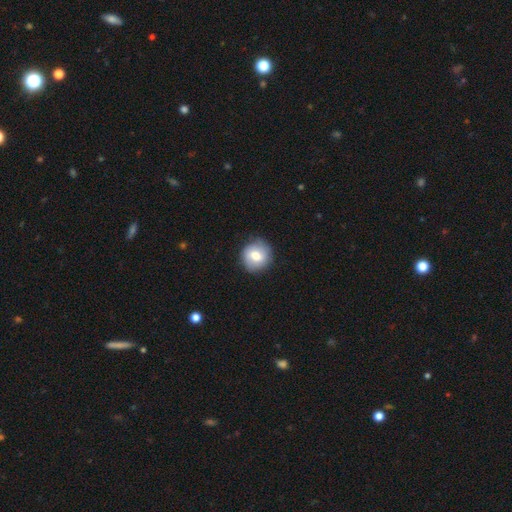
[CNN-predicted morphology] Overall: smooth (69%). How rounded: round (89%). Merging: none (86%).